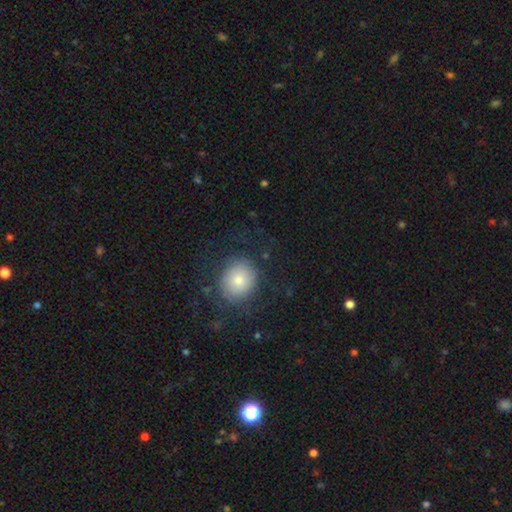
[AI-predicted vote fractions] This is possibly a smooth galaxy (51%). How rounded: likely round (80%). Merging: clearly none (82%).